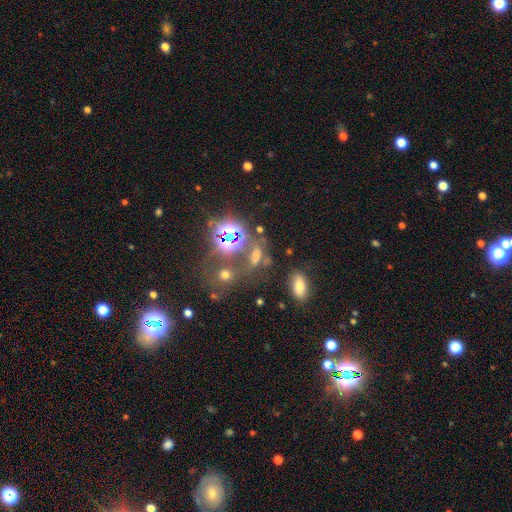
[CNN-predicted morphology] This appears to be a star or artifact, not a galaxy (44%).